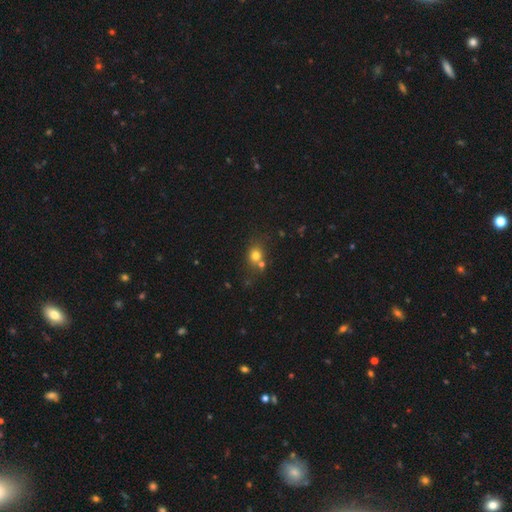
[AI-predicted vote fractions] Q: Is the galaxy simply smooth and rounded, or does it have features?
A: smooth — 73%.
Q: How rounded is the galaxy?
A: round — 69%.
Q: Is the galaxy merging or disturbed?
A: none — 57%.